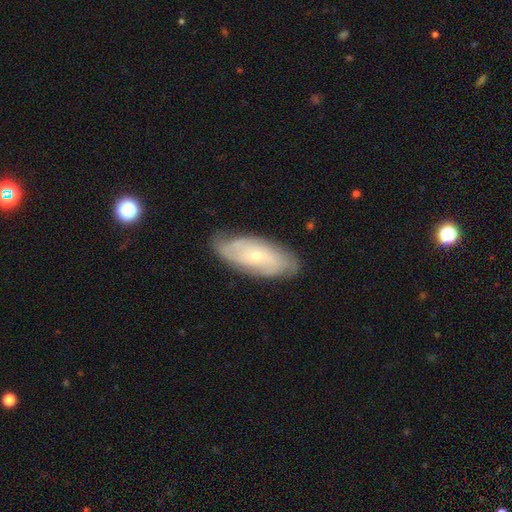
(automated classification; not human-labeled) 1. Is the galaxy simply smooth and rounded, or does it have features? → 66% featured or disk, 27% smooth, 6% star or artifact.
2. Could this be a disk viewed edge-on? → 90% no, 10% yes.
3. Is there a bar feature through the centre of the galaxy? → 73% no, 22% weak, 5% strong.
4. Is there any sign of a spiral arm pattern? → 85% yes, 15% no.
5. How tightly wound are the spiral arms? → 59% tight, 30% medium, 11% loose.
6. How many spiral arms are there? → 49% can't tell, 25% 2, 12% 3, 7% 4, 4% 1, 4% more than 4.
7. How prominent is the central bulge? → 73% small, 24% moderate, 1% none, 1% large, 1% dominant.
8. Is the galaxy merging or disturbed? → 75% none, 20% minor disturbance, 4% major disturbance, 1% merger.